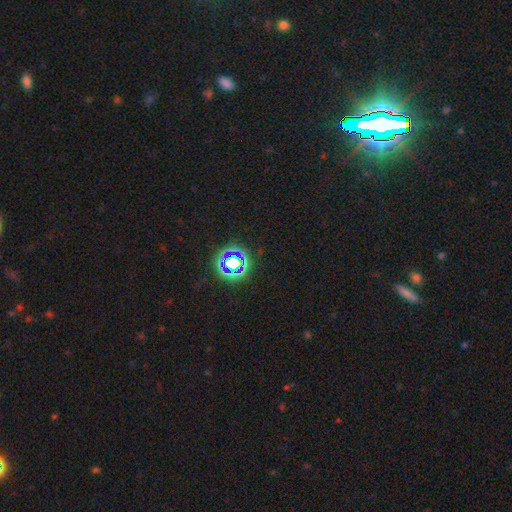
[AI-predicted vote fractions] This is clearly a star or artifact rather than a galaxy (82%).